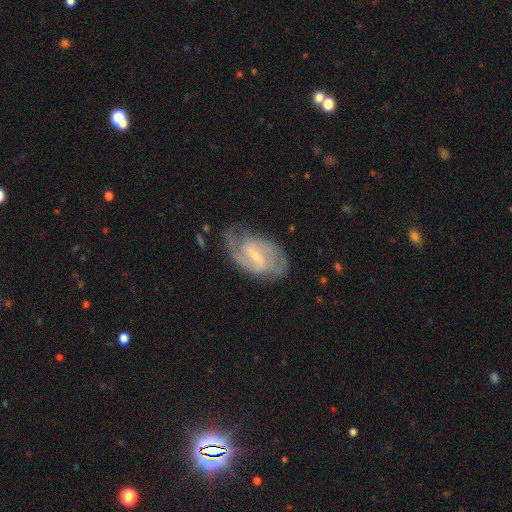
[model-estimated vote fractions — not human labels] Morphology: type=featured or disk (86%); edge-on=no (97%); bar=weak (51%); spiral arms=yes (95%); winding=medium (49%); arm count=2 (70%); bulge=small (71%); merging=none (67%).